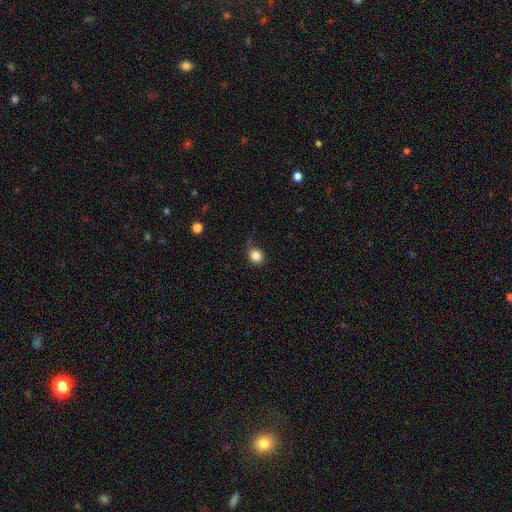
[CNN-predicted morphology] This is clearly a smooth galaxy (84%). How rounded: likely round (79%). Merging: likely none (69%).